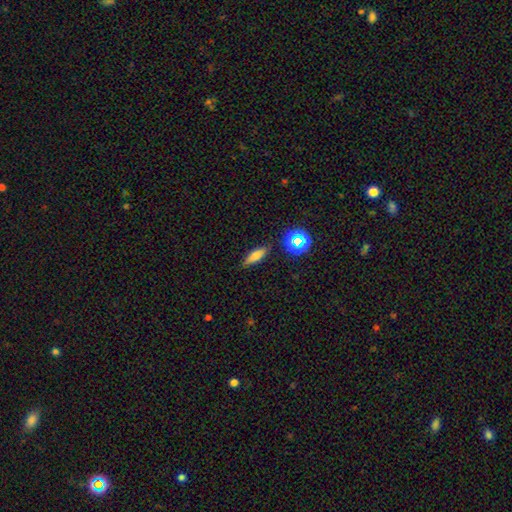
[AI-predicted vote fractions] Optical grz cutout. It shows a smooth galaxy with no disk features (72%) that is in between round and cigar-shaped (49%). Merging: none (84%).